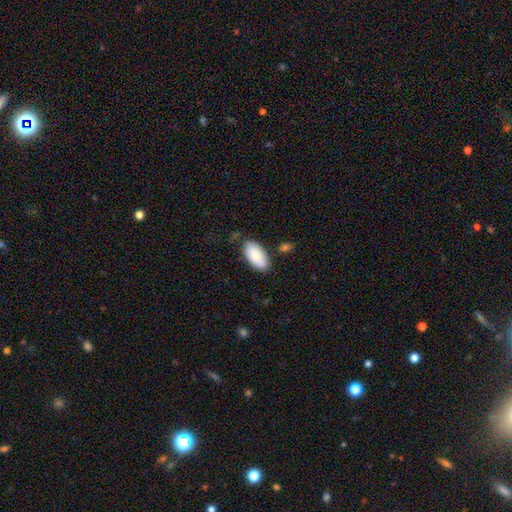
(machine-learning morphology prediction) The model was most divided on "merging": none: 77%, minor disturbance: 16%, merger: 4%, major disturbance: 4%. More confident: how rounded — in between (95%); smooth or featured — smooth (85%).